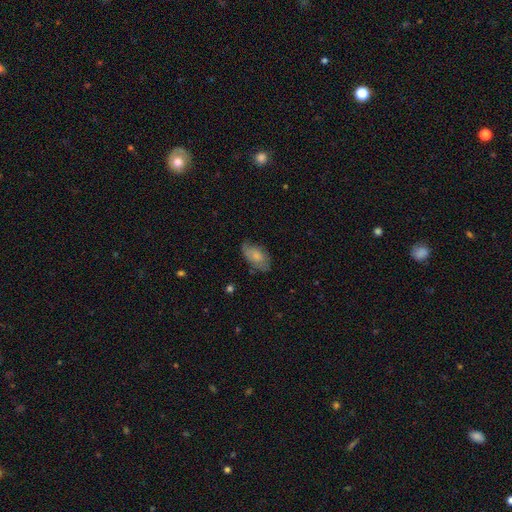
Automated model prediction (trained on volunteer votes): This is likely a smooth galaxy (70%). How rounded: clearly in between (93%). Merging: likely none (62%).